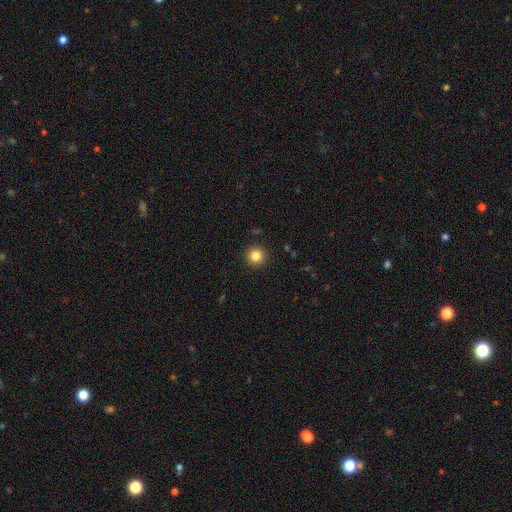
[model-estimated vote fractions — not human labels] smooth_or_featured: smooth (p=0.84) [alt: star or artifact p=0.11]
how_rounded: round (p=0.95) [alt: in between p=0.04]
merging: none (p=0.92) [alt: minor disturbance p=0.05]